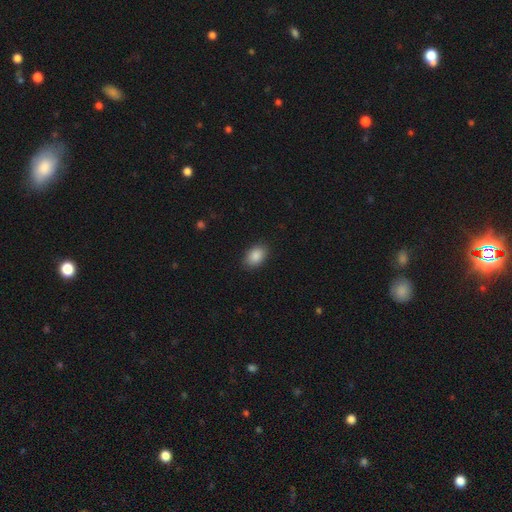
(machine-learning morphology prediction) Smooth or featured: smooth — 89% (star or artifact — 7%)
How rounded: in between — 87% (round — 12%)
Merging: none — 87% (minor disturbance — 9%)